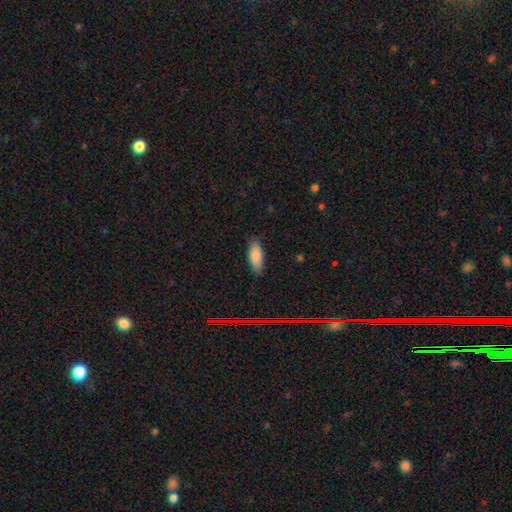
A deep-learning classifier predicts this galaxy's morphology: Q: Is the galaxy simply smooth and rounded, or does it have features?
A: smooth — 83%.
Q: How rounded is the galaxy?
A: in between — 73%.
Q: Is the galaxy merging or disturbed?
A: none — 85%.